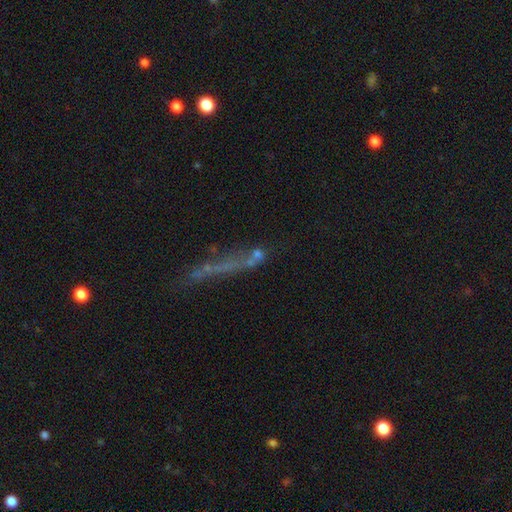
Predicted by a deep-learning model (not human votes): The model was most divided on "smooth or featured": featured or disk: 38%, smooth: 34%, star or artifact: 29%. Remaining: merging — none (50%).